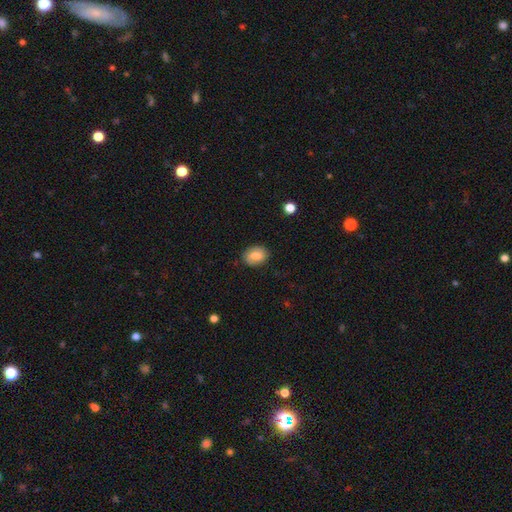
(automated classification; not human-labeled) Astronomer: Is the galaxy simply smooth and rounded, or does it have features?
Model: smooth — 66%.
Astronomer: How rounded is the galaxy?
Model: in between — 59% (runner-up: round, 40%).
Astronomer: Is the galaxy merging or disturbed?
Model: none — 84%.